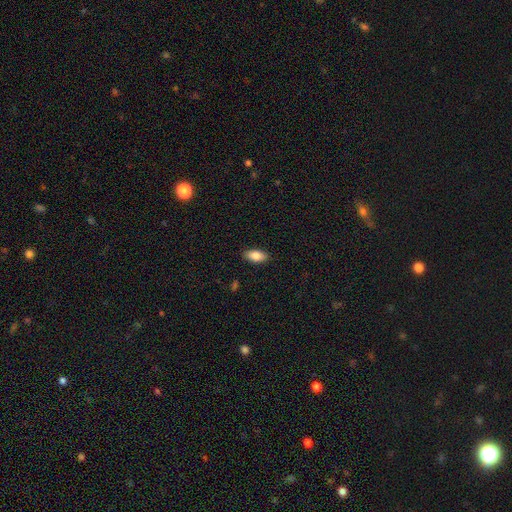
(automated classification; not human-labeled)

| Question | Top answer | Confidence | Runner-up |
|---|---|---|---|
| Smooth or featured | smooth | 84% | featured or disk (9%) |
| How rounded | in between | 91% | cigar-shaped (6%) |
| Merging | none | 89% | minor disturbance (8%) |